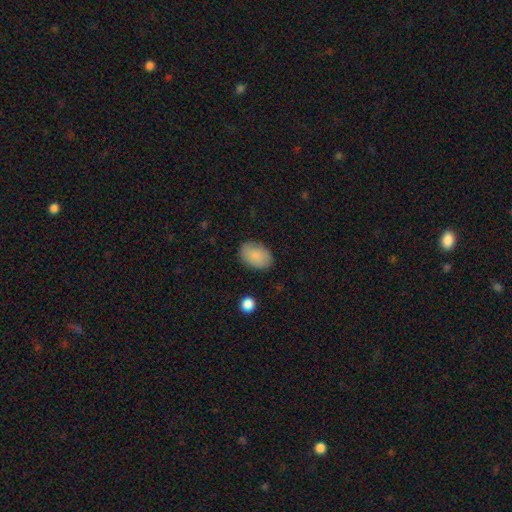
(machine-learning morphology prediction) Smooth or featured?
  - smooth: 87% *
  - featured or disk: 7%
  - star or artifact: 7%
How rounded?
  - in between: 85% *
  - round: 14%
  - cigar-shaped: 1%
Merging?
  - none: 85% *
  - minor disturbance: 11%
  - major disturbance: 3%
  - merger: 1%